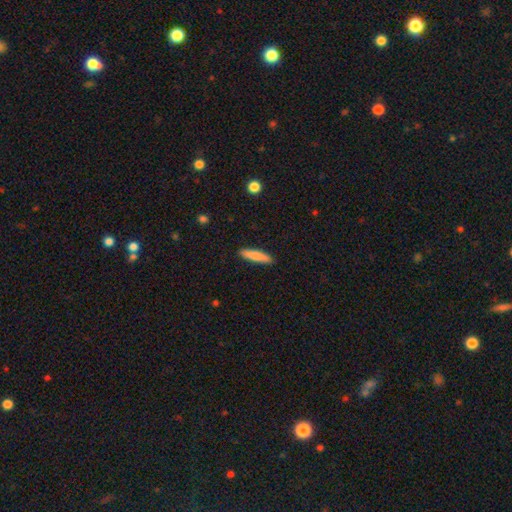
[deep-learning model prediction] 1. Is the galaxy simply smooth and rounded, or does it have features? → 82% smooth, 12% featured or disk, 6% star or artifact.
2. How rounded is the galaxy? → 83% cigar-shaped, 15% in between, 1% round.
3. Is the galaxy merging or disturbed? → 90% none, 7% minor disturbance, 2% major disturbance, 1% merger.